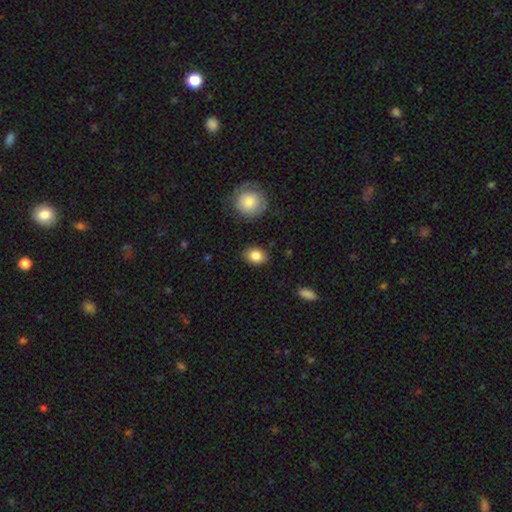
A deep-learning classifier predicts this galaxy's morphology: This is clearly a smooth galaxy (85%). How rounded: likely in between (67%). Merging: clearly none (85%).